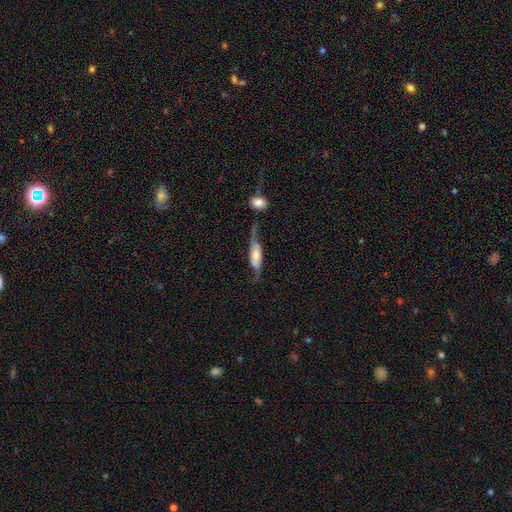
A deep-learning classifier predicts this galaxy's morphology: type=featured or disk (60%); edge-on=no (63%); merging=none (44%).